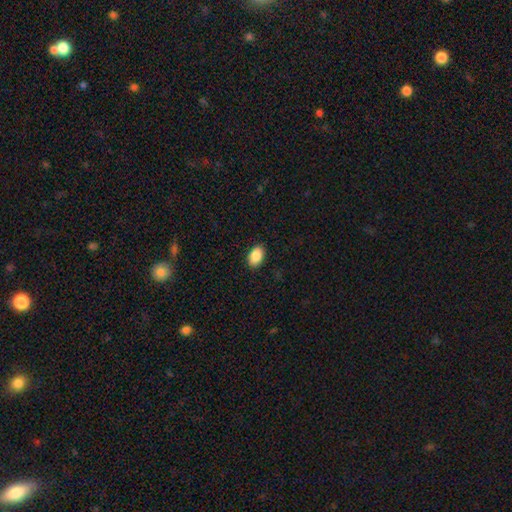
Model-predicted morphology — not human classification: A smooth galaxy with no disk features (88%) that is in between round and cigar-shaped (89%). Merging: none (89%).